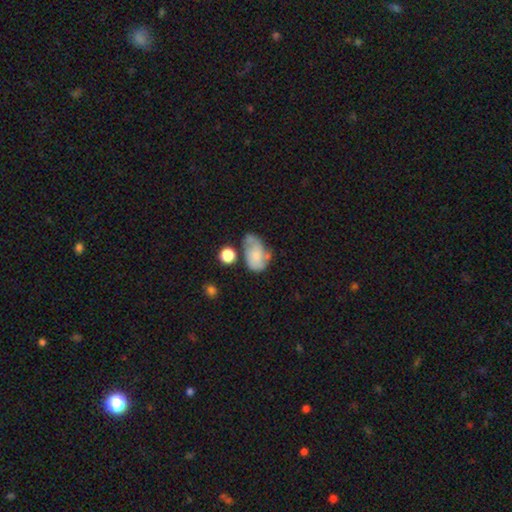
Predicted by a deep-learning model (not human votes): This is likely a smooth galaxy (61%). How rounded: clearly in between (87%). Merging: marginally minor disturbance (31%).